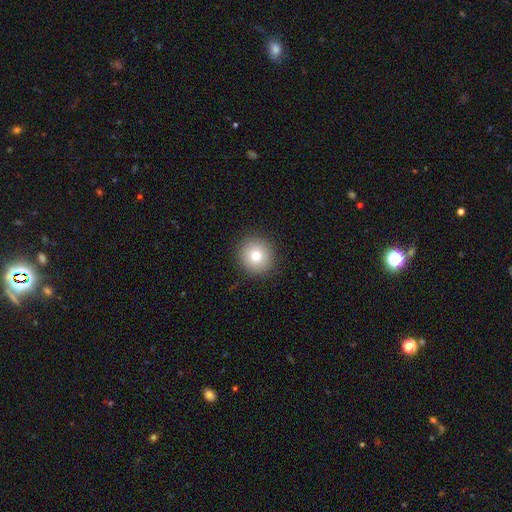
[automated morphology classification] A smooth galaxy with no disk features (77%) that is round (92%). Merging: none (90%).